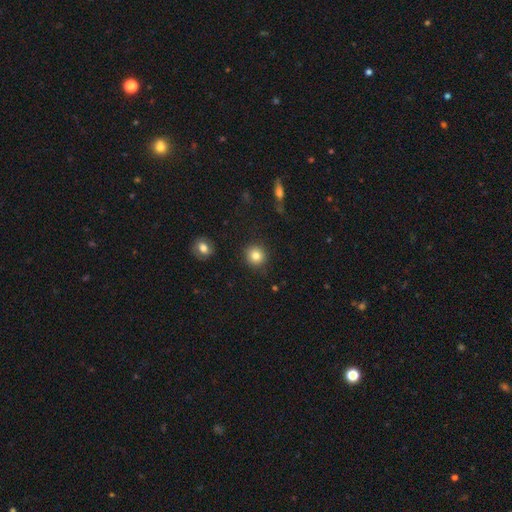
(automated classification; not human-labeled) smooth_or_featured: smooth (p=0.83) [alt: star or artifact p=0.10]
how_rounded: round (p=0.92) [alt: in between p=0.07]
merging: none (p=0.89) [alt: minor disturbance p=0.07]